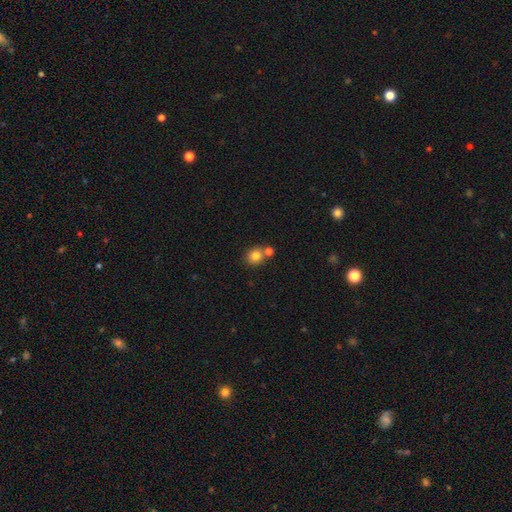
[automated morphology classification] Smooth or featured: smooth — 81% (star or artifact — 11%)
How rounded: round — 80% (in between — 19%)
Merging: none — 60% (merger — 28%)